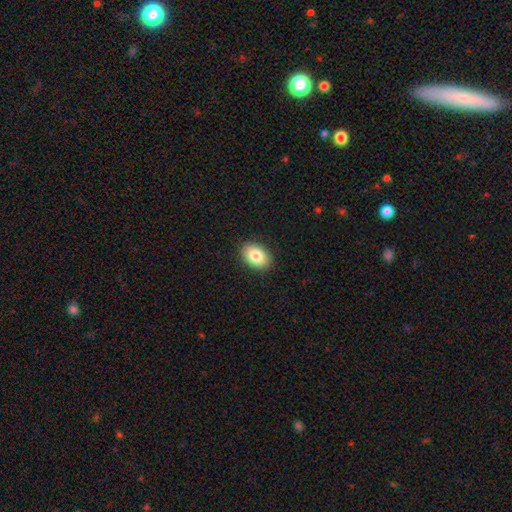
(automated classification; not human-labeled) A smooth galaxy with no disk features (84%) that is in between round and cigar-shaped (82%). Merging: none (89%).